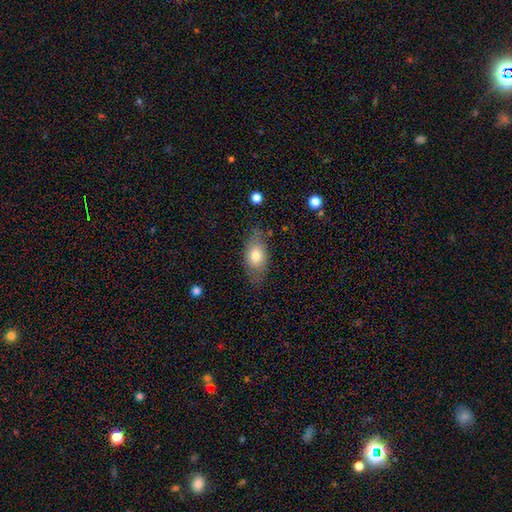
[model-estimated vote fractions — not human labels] Overall: smooth (75%). How rounded: in between (87%). Merging: none (74%).